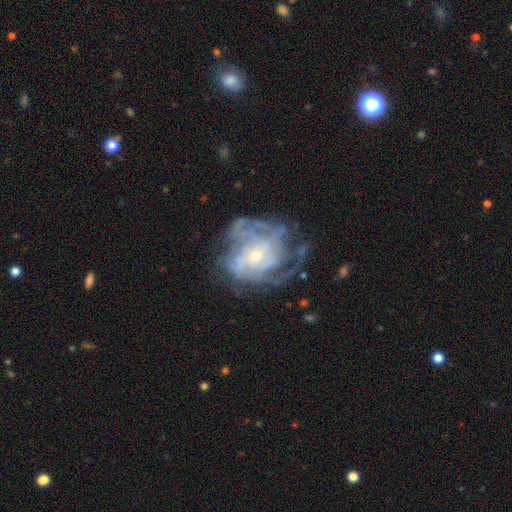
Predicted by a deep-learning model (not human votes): A featured or disk galaxy (82%) with no bar (71%), tight (53%) spiral arms (84%) and a small central bulge (69%).

Vote fractions:
- Smooth or featured? featured or disk: 82% / smooth: 10% / star or artifact: 8%
- Edge-on disk? no: 97% / yes: 3%
- Bar? no: 71% / weak: 24% / strong: 5%
- Spiral arms? yes: 84% / no: 16%
- Spiral winding? tight: 53% / medium: 33% / loose: 14%
- Spiral arm count? can't tell: 44% / 4: 16% / 3: 14% / 2: 11% / more than 4: 9% / 1: 5%
- Bulge size? small: 69% / moderate: 26% / none: 2% / large: 2% / dominant: 1%
- Merging? none: 53% / major disturbance: 23% / minor disturbance: 21% / merger: 3%